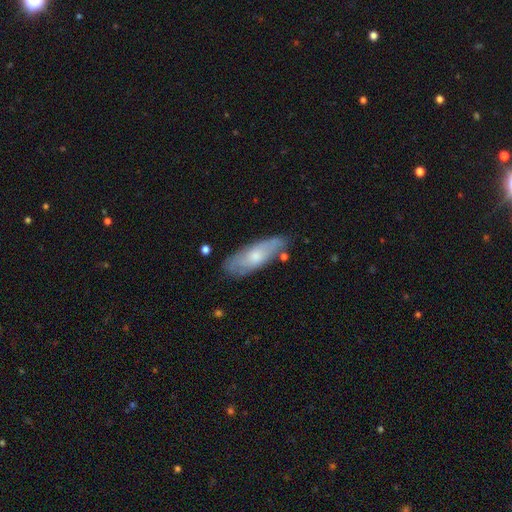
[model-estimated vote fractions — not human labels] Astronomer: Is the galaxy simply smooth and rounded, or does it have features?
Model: smooth — 57% (runner-up: featured or disk, 37%).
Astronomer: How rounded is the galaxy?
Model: in between — 61% (runner-up: cigar-shaped, 37%).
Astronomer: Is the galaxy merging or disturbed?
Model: none — 72%.